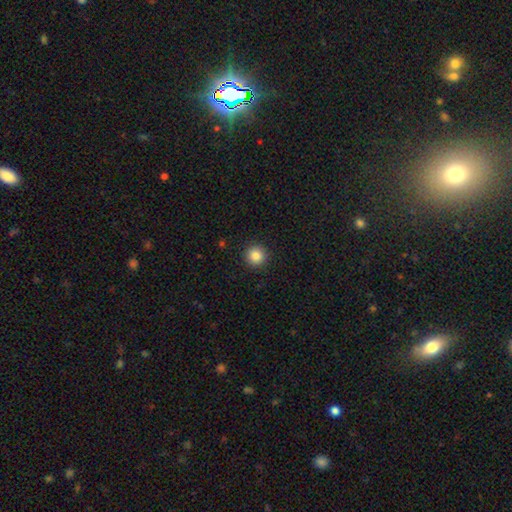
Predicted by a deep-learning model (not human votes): This is clearly a smooth galaxy (86%). How rounded: clearly round (95%). Merging: clearly none (93%).